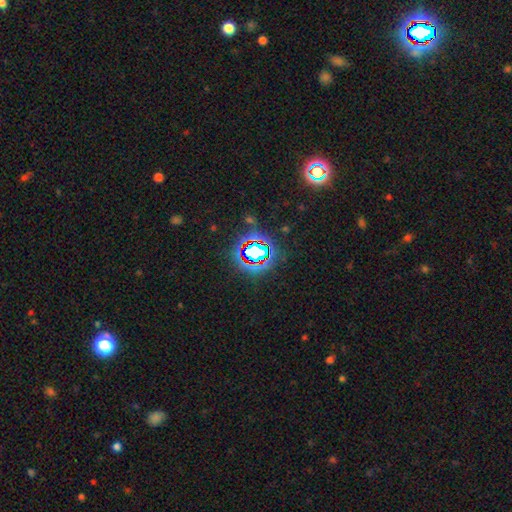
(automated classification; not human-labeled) A star or artifact, not a galaxy (74%).